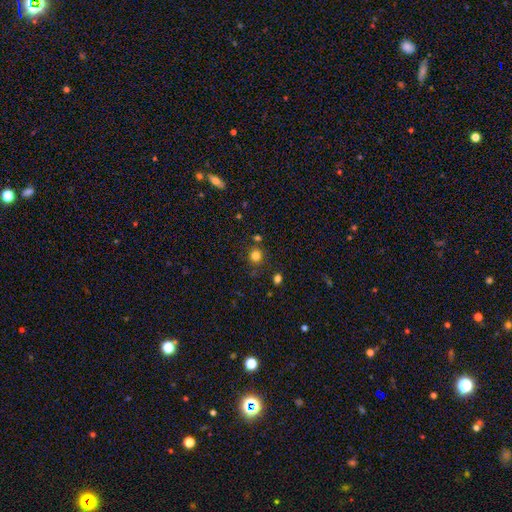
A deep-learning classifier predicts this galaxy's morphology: Smooth or featured?
  - smooth: 80% *
  - star or artifact: 15%
  - featured or disk: 5%
How rounded?
  - round: 90% *
  - in between: 9%
  - cigar-shaped: 1%
Merging?
  - none: 80% *
  - minor disturbance: 10%
  - merger: 6%
  - major disturbance: 3%